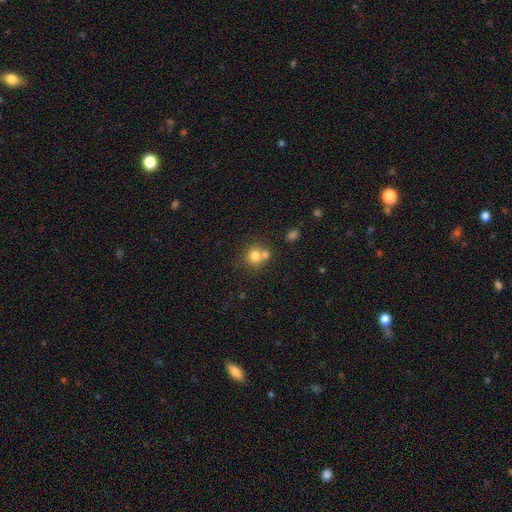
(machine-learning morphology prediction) smooth-or-featured: smooth: 76% | featured or disk: 12% | star or artifact: 12%
  how-rounded: round: 84% | in between: 15% | cigar-shaped: 1%
  merging: none: 49% | merger: 40% | minor disturbance: 8% | major disturbance: 3%